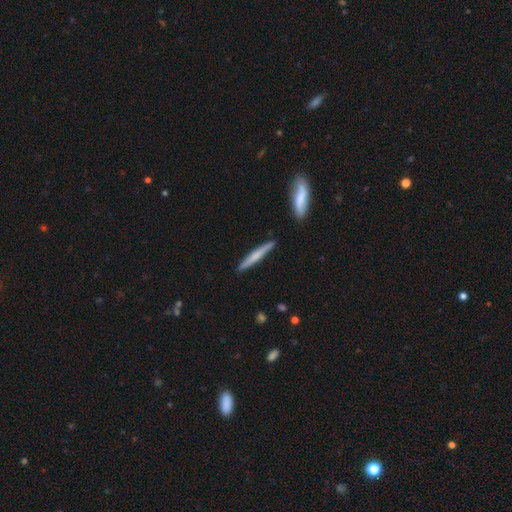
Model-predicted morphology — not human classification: Smooth or featured? smooth (59%)
How rounded? cigar-shaped (95%)
Merging? none (89%)